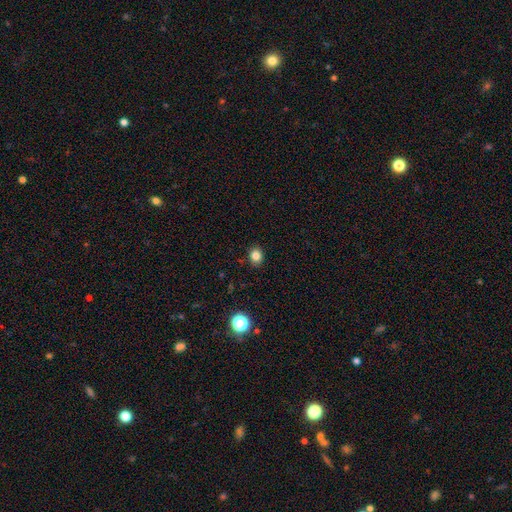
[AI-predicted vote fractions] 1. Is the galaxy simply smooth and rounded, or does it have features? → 82% smooth, 12% star or artifact, 6% featured or disk.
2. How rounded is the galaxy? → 56% round, 43% in between, 1% cigar-shaped.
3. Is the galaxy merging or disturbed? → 89% none, 8% minor disturbance, 2% major disturbance, 1% merger.